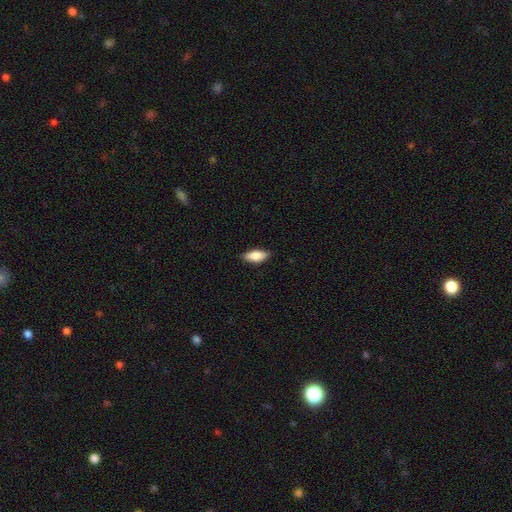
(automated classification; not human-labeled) Morphology: type=smooth (82%); roundness=in between (83%); merging=none (86%).